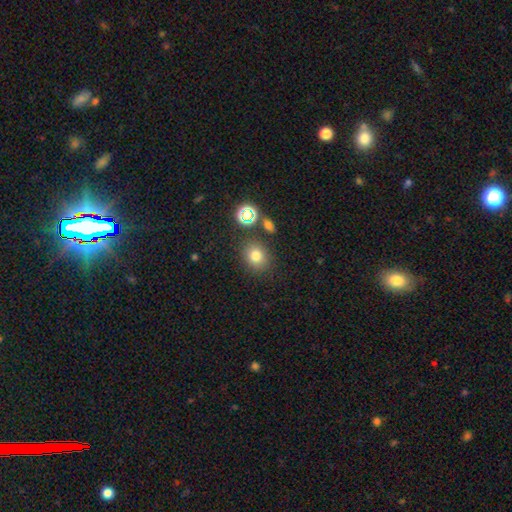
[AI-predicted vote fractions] Q: Smooth or featured?
A: smooth (75%); runner-up: star or artifact (17%)
Q: How rounded?
A: round (71%); runner-up: in between (28%)
Q: Merging?
A: none (81%); runner-up: minor disturbance (9%)